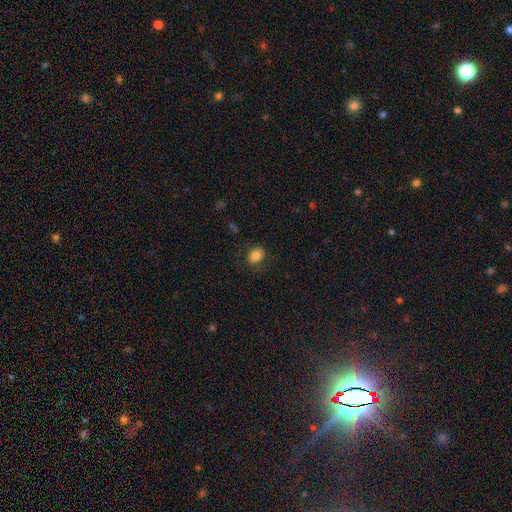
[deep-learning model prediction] Smooth or featured?
  - smooth: 81% *
  - star or artifact: 10%
  - featured or disk: 9%
How rounded?
  - in between: 56% *
  - round: 43%
  - cigar-shaped: 1%
Merging?
  - none: 78% *
  - minor disturbance: 15%
  - major disturbance: 6%
  - merger: 1%